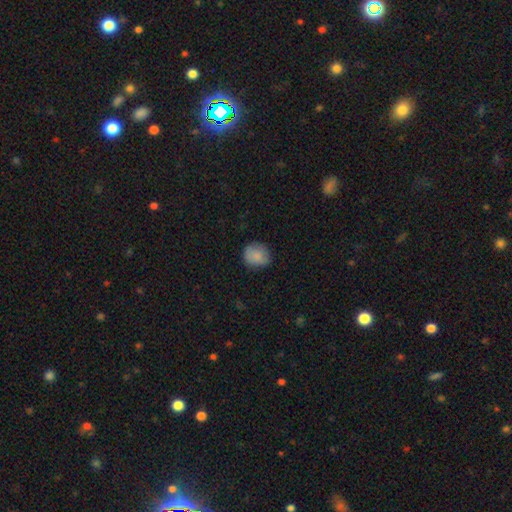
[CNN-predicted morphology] A smooth galaxy with no disk features (84%) that is round (75%). Merging: none (77%).